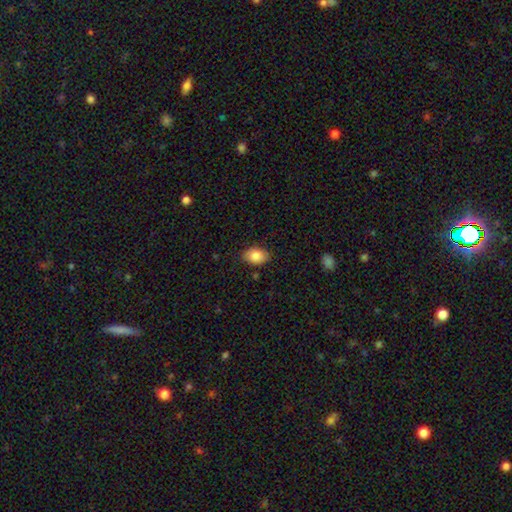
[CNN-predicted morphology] This is clearly a smooth galaxy (86%). How rounded: clearly in between (85%). Merging: clearly none (85%).